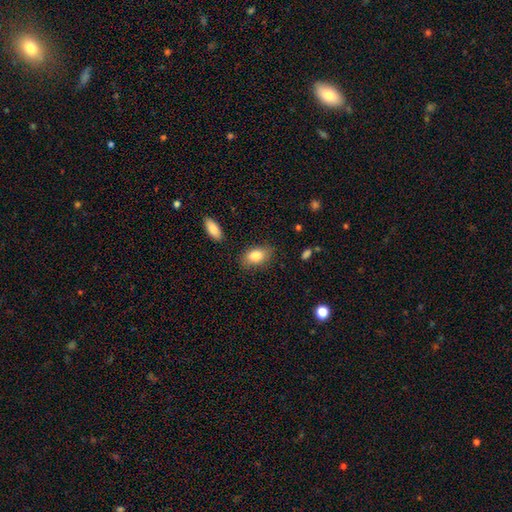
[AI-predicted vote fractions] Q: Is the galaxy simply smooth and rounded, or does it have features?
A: smooth — 82%.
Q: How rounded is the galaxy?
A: in between — 89%.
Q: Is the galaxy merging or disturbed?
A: none — 82%.